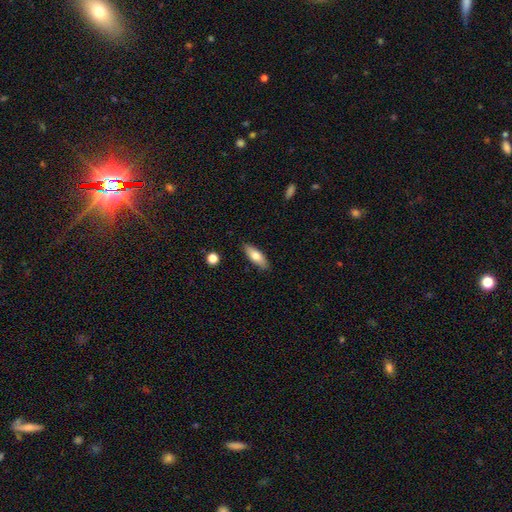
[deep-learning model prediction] Smooth or featured?
  - smooth: 73% *
  - featured or disk: 21%
  - star or artifact: 7%
How rounded?
  - in between: 62% *
  - cigar-shaped: 36%
  - round: 2%
Merging?
  - none: 86% *
  - minor disturbance: 11%
  - major disturbance: 2%
  - merger: 1%